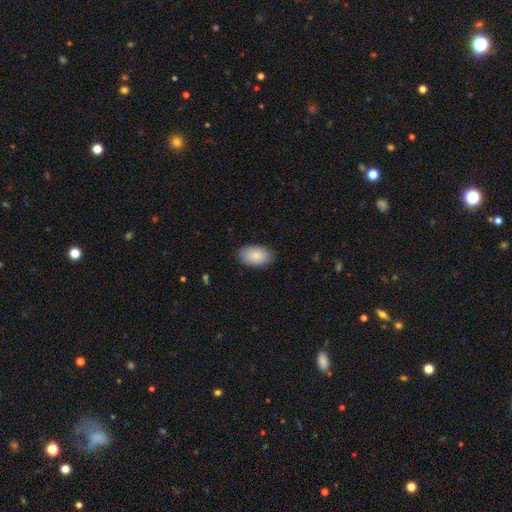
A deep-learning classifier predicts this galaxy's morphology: A smooth galaxy with no disk features (87%) that is in between round and cigar-shaped (92%). Merging: none (85%).